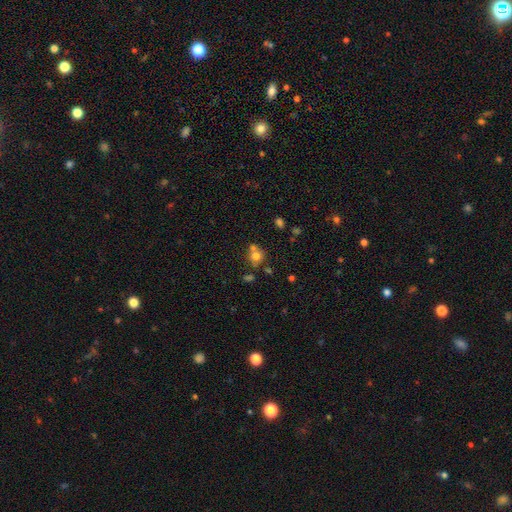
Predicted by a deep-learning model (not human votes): This appears to be a smooth galaxy with no disk features (73%) that is round (81%). Merging: none (53%).